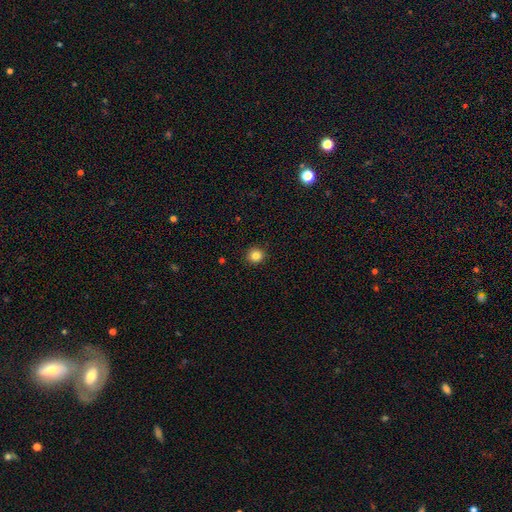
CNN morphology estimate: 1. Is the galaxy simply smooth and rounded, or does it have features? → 84% smooth, 11% star or artifact, 5% featured or disk.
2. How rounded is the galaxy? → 92% round, 7% in between, 1% cigar-shaped.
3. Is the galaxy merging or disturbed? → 92% none, 5% minor disturbance, 2% major disturbance, 1% merger.